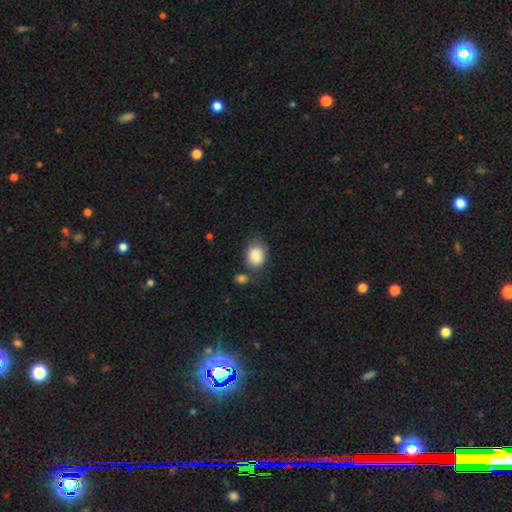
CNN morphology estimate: smooth 85%, featured or disk 8%, star or artifact 7%. Down the decision tree: how rounded — in between (61%); merging — none (55%).